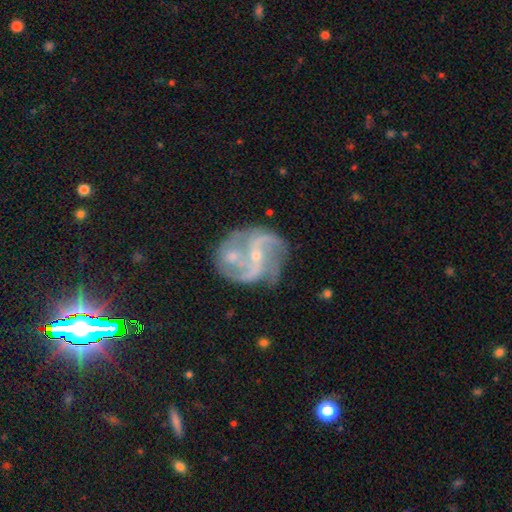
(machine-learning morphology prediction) This appears to be a featured or disk galaxy (88%) with no bar (43%), 2 (48%) medium (48%) spiral arms (96%) and a small central bulge (71%). Merging: none (50%).